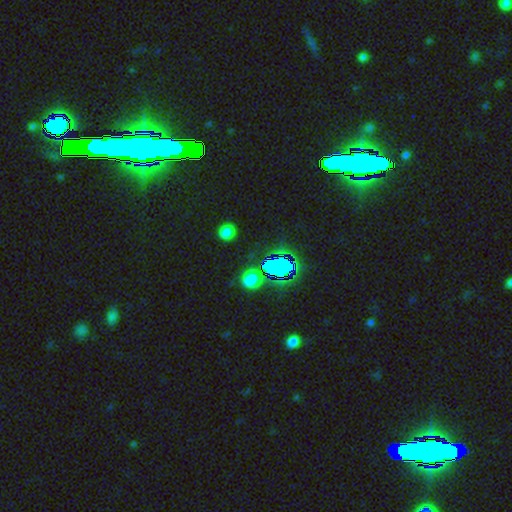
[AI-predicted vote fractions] Q: Smooth or featured?
A: star or artifact (77%); runner-up: smooth (13%)